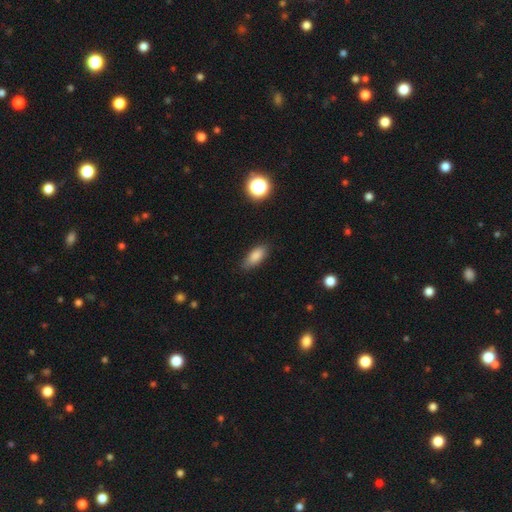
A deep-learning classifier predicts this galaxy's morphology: Smooth or featured? smooth (84%)
How rounded? in between (82%)
Merging? none (79%)